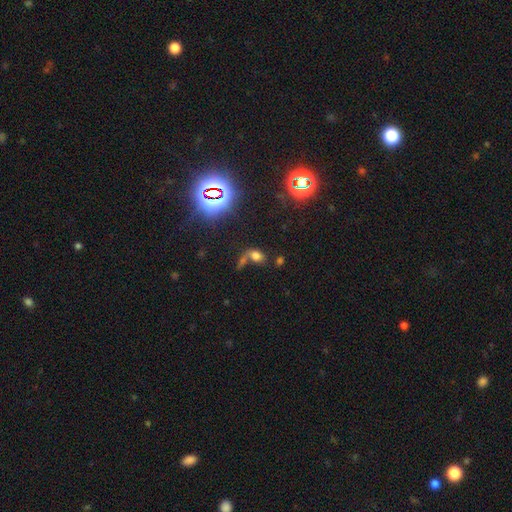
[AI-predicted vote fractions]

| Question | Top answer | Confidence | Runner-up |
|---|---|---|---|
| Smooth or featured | smooth | 61% | star or artifact (25%) |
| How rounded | in between | 74% | round (23%) |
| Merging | merger | 40% | none (33%) |